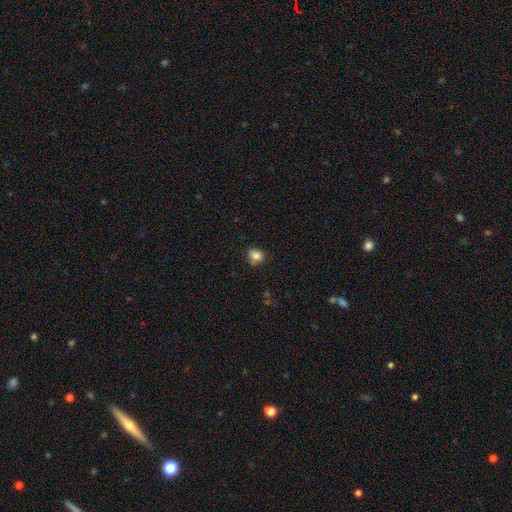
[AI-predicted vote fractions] Q: Smooth or featured?
A: smooth (82%); runner-up: star or artifact (11%)
Q: How rounded?
A: round (63%); runner-up: in between (36%)
Q: Merging?
A: none (74%); runner-up: minor disturbance (19%)